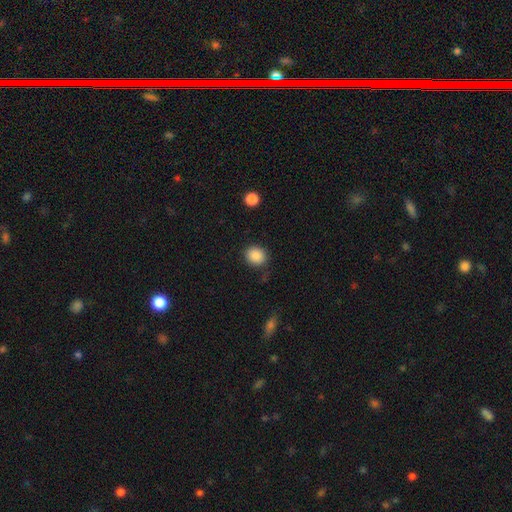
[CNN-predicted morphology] This is clearly a smooth galaxy (88%). How rounded: likely round (75%). Merging: clearly none (84%).